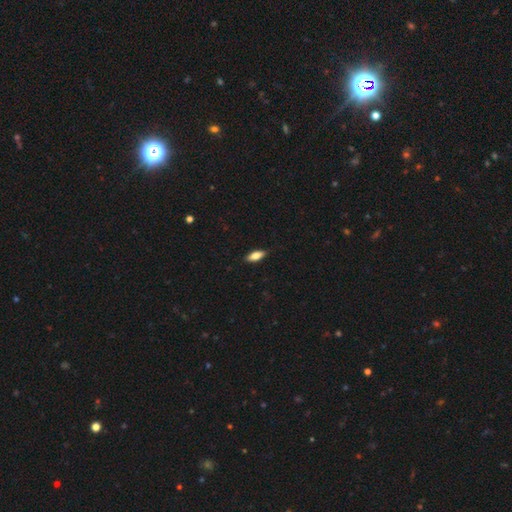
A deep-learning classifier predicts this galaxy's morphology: The model was most divided on "how rounded": in between: 76%, cigar-shaped: 21%, round: 2%. More confident: merging — none (87%); smooth or featured — smooth (76%).